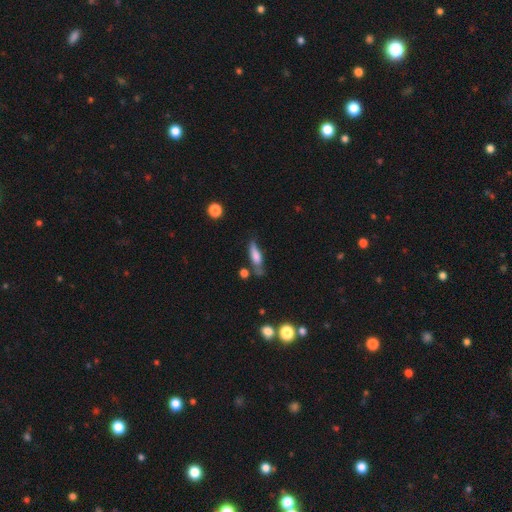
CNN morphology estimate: smooth-or-featured: smooth: 62% | featured or disk: 30% | star or artifact: 8%
  how-rounded: cigar-shaped: 56% | in between: 41% | round: 3%
  merging: none: 51% | minor disturbance: 29% | major disturbance: 11% | merger: 9%